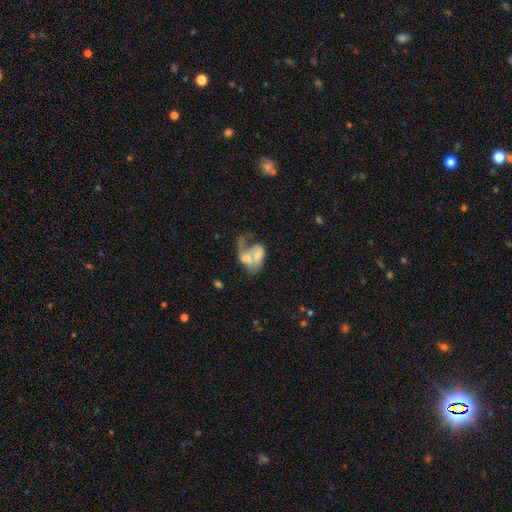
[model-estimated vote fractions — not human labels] featured or disk 55%, smooth 36%, star or artifact 9%. Down the decision tree: edge-on disk — no (97%); bar — no (75%); spiral arms — no (57%); bulge size — moderate (35%); merging — merger (46%).